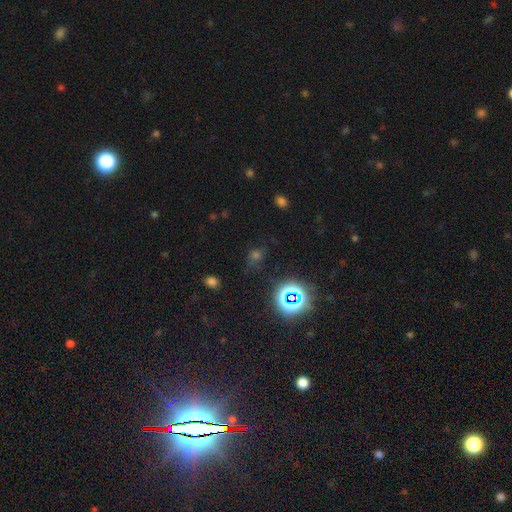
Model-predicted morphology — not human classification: Q: Smooth or featured?
A: star or artifact (52%); runner-up: smooth (37%)